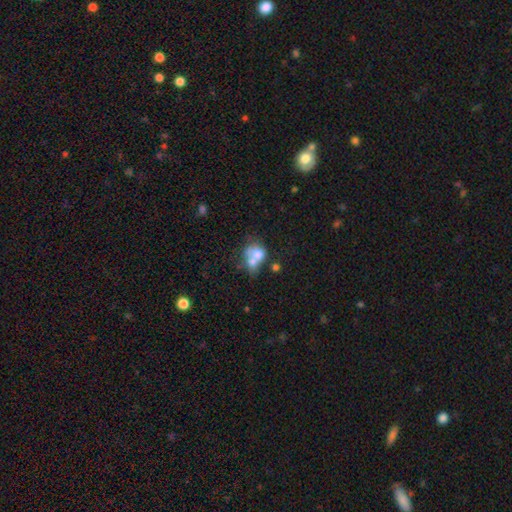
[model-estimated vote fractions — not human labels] Morphology: type=smooth (65%); roundness=round (55%); merging=merger (66%).